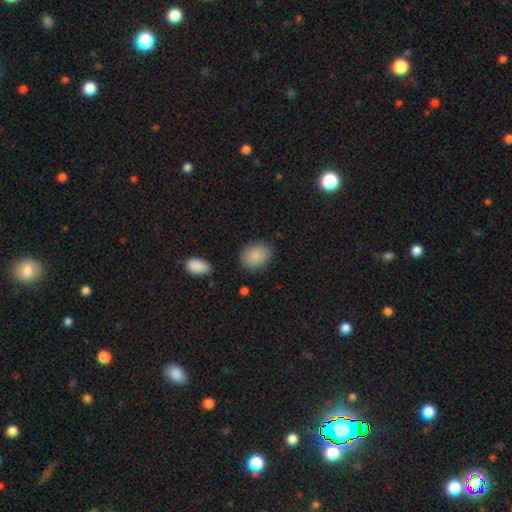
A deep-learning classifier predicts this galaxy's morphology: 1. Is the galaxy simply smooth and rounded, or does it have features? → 88% smooth, 7% star or artifact, 5% featured or disk.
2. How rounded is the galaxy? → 57% in between, 42% round, 1% cigar-shaped.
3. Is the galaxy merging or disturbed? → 83% none, 12% minor disturbance, 3% major disturbance, 2% merger.